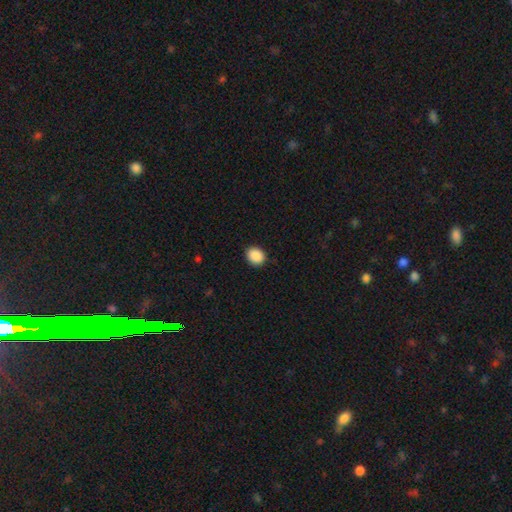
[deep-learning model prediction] This appears to be a smooth galaxy with no disk features (89%) that is round (61%). Merging: none (88%).